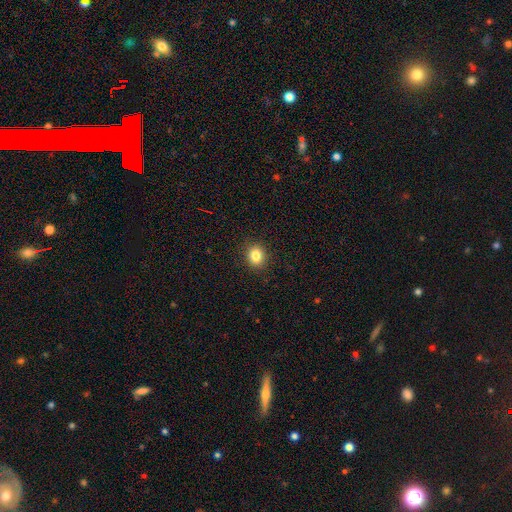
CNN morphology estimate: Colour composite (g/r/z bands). It shows a smooth galaxy with no disk features (84%) that is round (66%). Merging: none (90%).